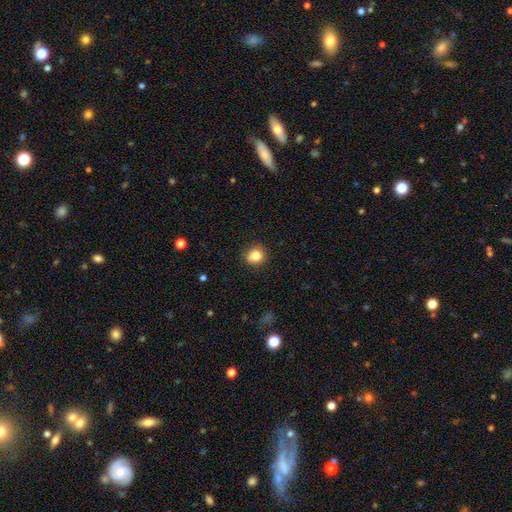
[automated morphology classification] Overall: smooth (83%). How rounded: round (84%). Merging: none (87%).